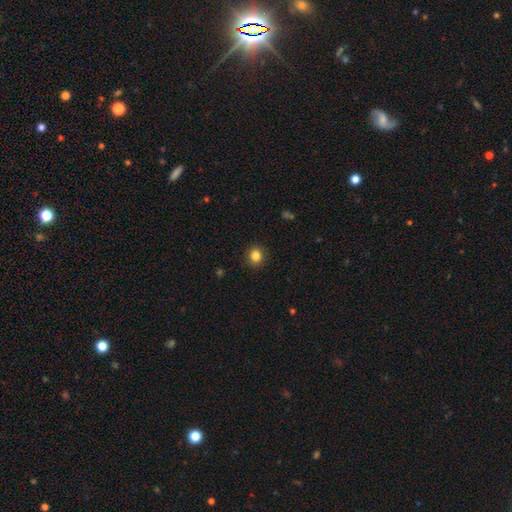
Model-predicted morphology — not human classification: smooth-or-featured: smooth: 84% | star or artifact: 11% | featured or disk: 5%
  how-rounded: round: 78% | in between: 21% | cigar-shaped: 1%
  merging: none: 90% | minor disturbance: 7% | major disturbance: 2% | merger: 1%